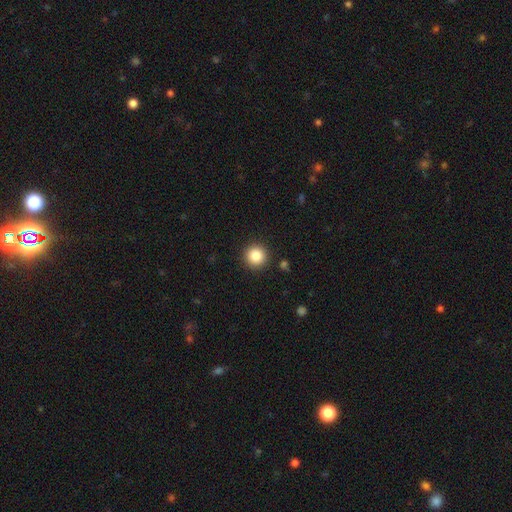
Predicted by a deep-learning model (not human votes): Smooth or featured? smooth (86%)
How rounded? round (95%)
Merging? none (91%)